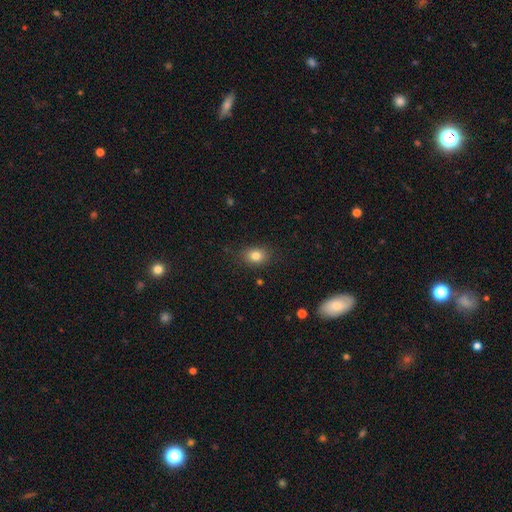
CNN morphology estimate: Q: Smooth or featured?
A: smooth (81%); runner-up: star or artifact (11%)
Q: How rounded?
A: in between (64%); runner-up: round (35%)
Q: Merging?
A: none (84%); runner-up: minor disturbance (12%)